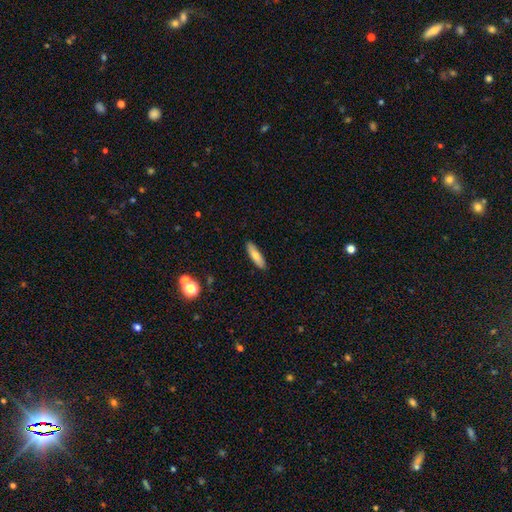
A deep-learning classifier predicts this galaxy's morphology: This appears to be a smooth galaxy with no disk features (70%) that is cigar-shaped (69%). Merging: none (89%).